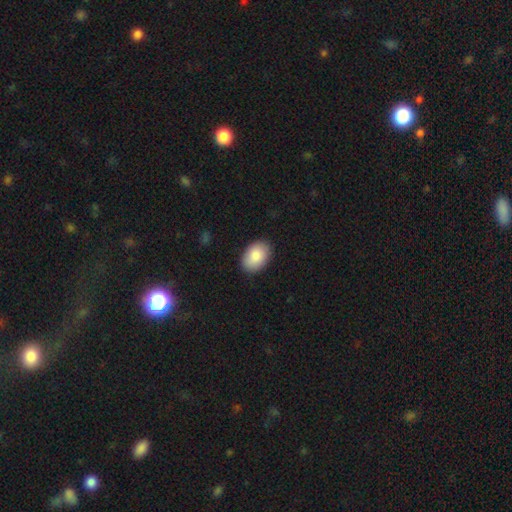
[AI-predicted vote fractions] Morphology: type=smooth (88%); roundness=in between (88%); merging=none (88%).